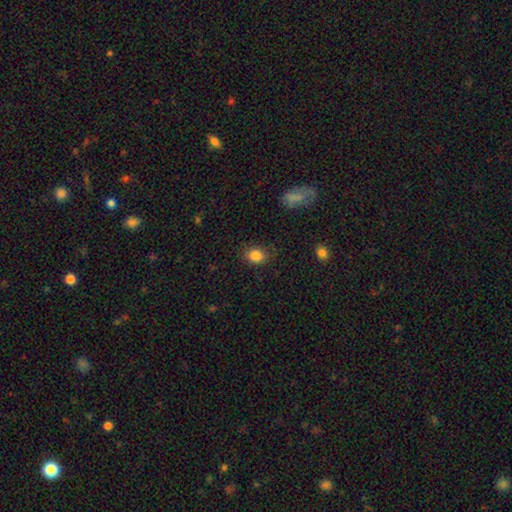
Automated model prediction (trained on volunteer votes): Q: Smooth or featured?
A: smooth (85%); runner-up: star or artifact (10%)
Q: How rounded?
A: in between (50%); runner-up: round (49%)
Q: Merging?
A: none (80%); runner-up: minor disturbance (15%)